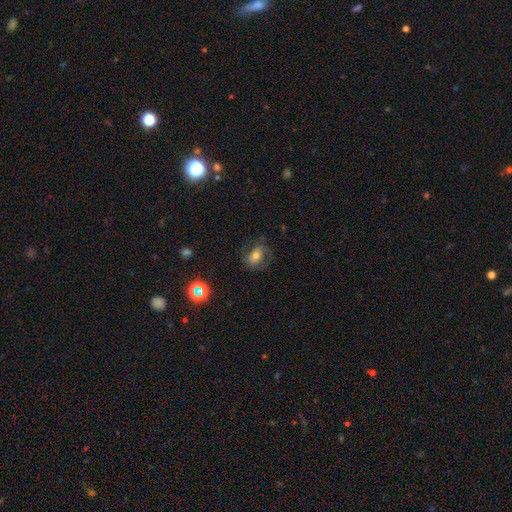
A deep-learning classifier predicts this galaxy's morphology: smooth_or_featured: smooth (p=0.62) [alt: featured or disk p=0.24]
how_rounded: in between (p=0.71) [alt: round p=0.26]
merging: none (p=0.64) [alt: minor disturbance p=0.21]